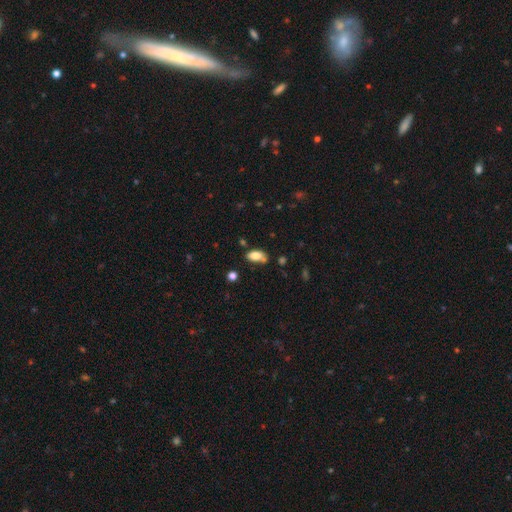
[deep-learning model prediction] This is clearly a smooth galaxy (83%). How rounded: clearly in between (91%). Merging: likely none (60%).